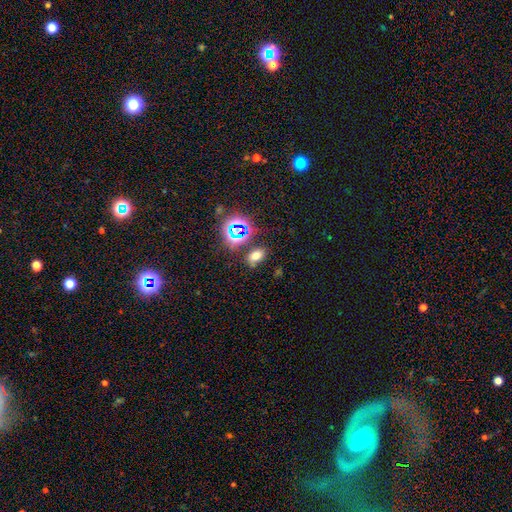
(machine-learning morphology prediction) Smooth or featured? Predicted: smooth (p=0.62). How rounded? Predicted: in between (p=0.84). Merging? Predicted: none (p=0.77).